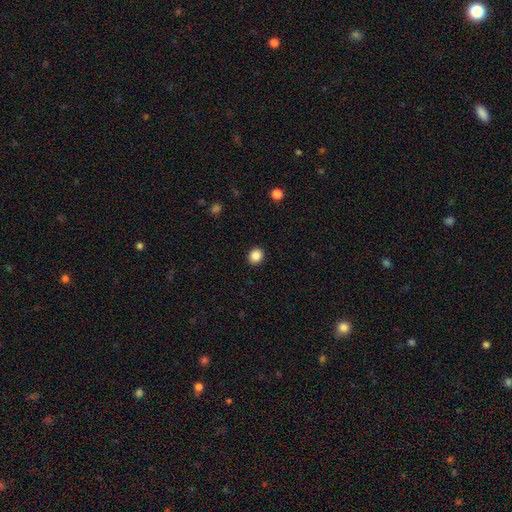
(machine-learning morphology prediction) Smooth or featured?
  - smooth: 87% *
  - star or artifact: 10%
  - featured or disk: 4%
How rounded?
  - round: 81% *
  - in between: 19%
  - cigar-shaped: 1%
Merging?
  - none: 92% *
  - minor disturbance: 5%
  - major disturbance: 2%
  - merger: 1%